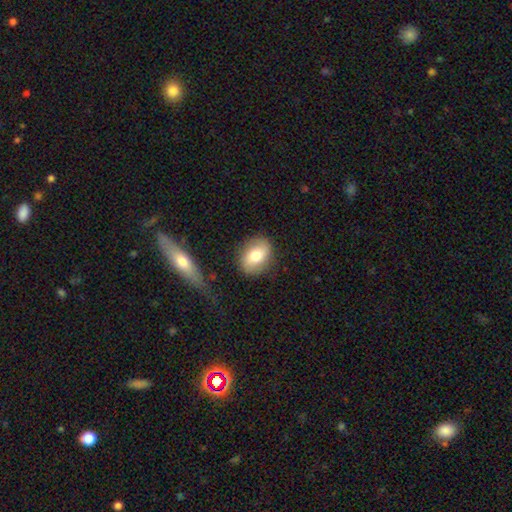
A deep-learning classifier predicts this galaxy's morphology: type=smooth (66%); roundness=in between (67%); merging=none (79%).